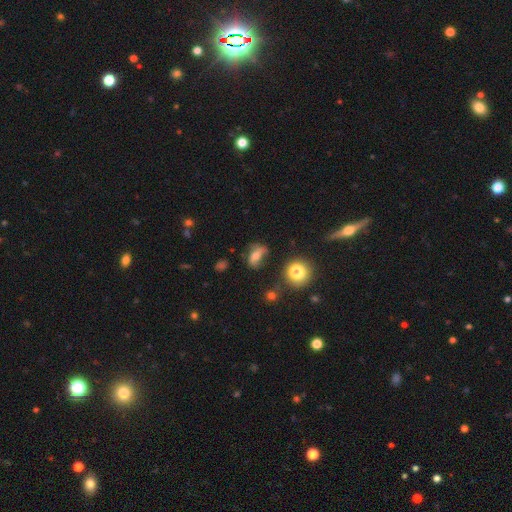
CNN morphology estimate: This appears to be a smooth galaxy with no disk features (52%) that is in between round and cigar-shaped (68%). Merging: none (52%).